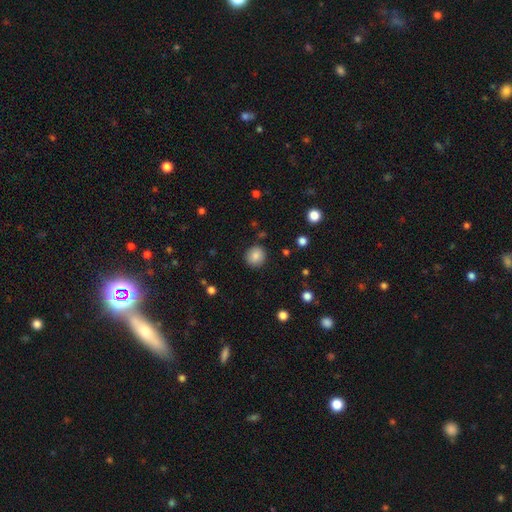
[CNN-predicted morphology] Overall: smooth (84%). How rounded: round (91%). Merging: none (90%).